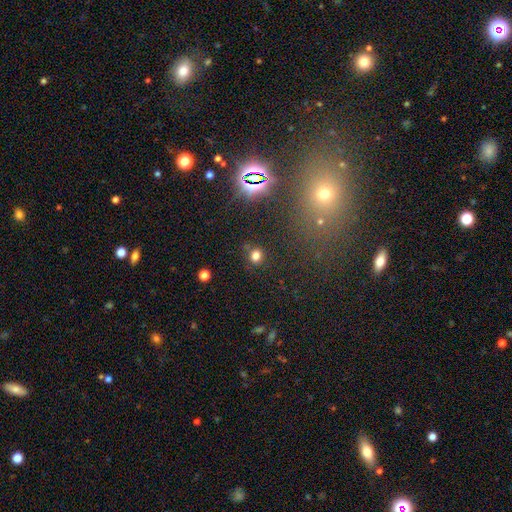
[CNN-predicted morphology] The model was most divided on "smooth or featured": smooth: 75%, star or artifact: 19%, featured or disk: 5%. More confident: merging — none (82%); how rounded — round (81%).